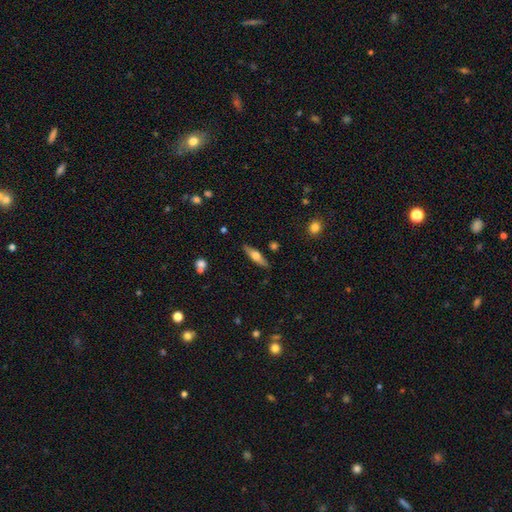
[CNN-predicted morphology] smooth-or-featured: featured or disk: 47% | smooth: 46% | star or artifact: 6%
  merging: none: 87% | minor disturbance: 9% | major disturbance: 2% | merger: 2%